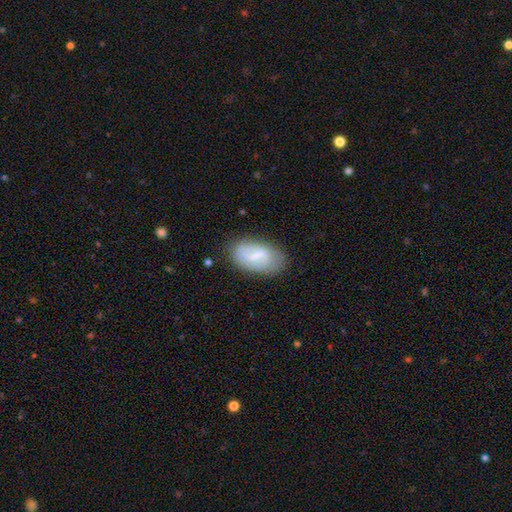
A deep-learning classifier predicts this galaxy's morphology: This is possibly a smooth galaxy (49%). Merging: likely none (74%).